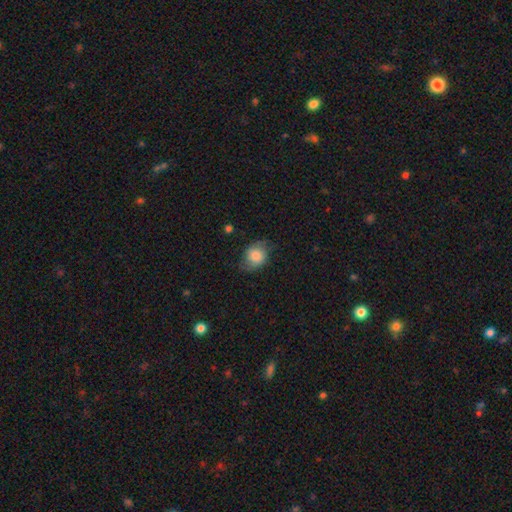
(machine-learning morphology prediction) smooth_or_featured: smooth (p=0.63) [alt: featured or disk p=0.28]
how_rounded: round (p=0.52) [alt: in between p=0.46]
merging: none (p=0.64) [alt: minor disturbance p=0.25]